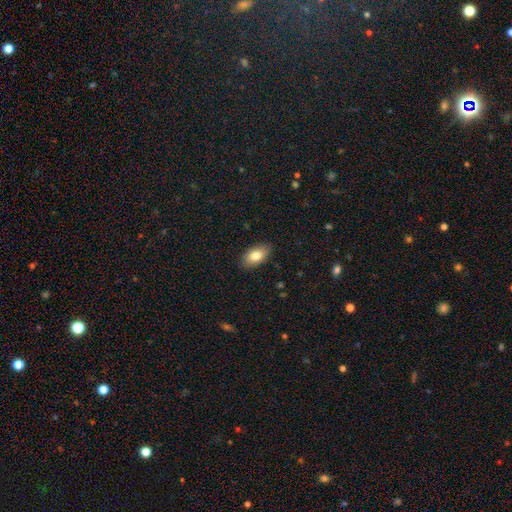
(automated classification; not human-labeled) The model was most divided on "smooth or featured": smooth: 82%, featured or disk: 11%, star or artifact: 7%. More confident: how rounded — in between (93%); merging — none (87%).